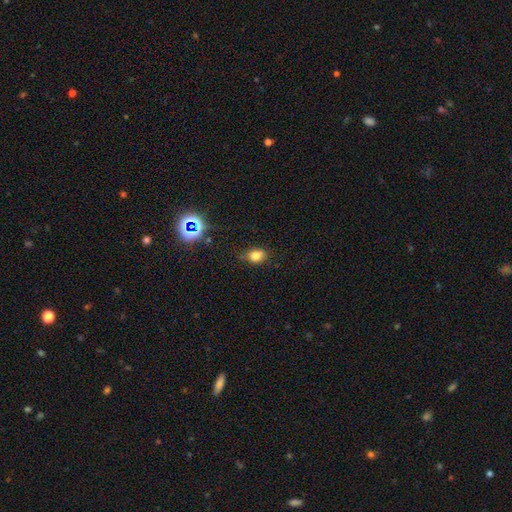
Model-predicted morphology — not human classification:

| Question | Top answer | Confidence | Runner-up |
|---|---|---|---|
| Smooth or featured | smooth | 77% | star or artifact (15%) |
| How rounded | in between | 63% | round (36%) |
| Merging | none | 74% | minor disturbance (20%) |